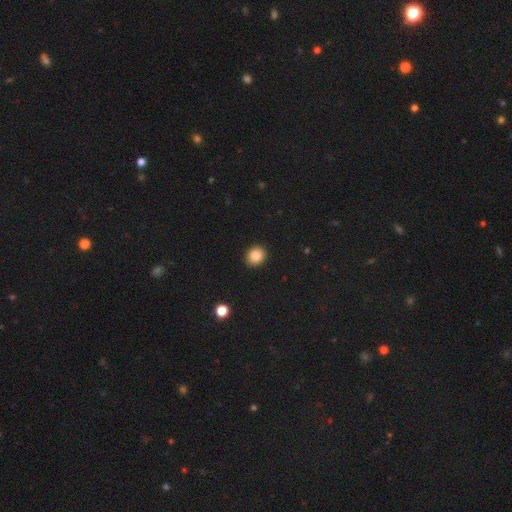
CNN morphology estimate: smooth_or_featured: smooth (p=0.84) [alt: star or artifact p=0.10]
how_rounded: round (p=0.71) [alt: in between p=0.28]
merging: none (p=0.92) [alt: minor disturbance p=0.05]